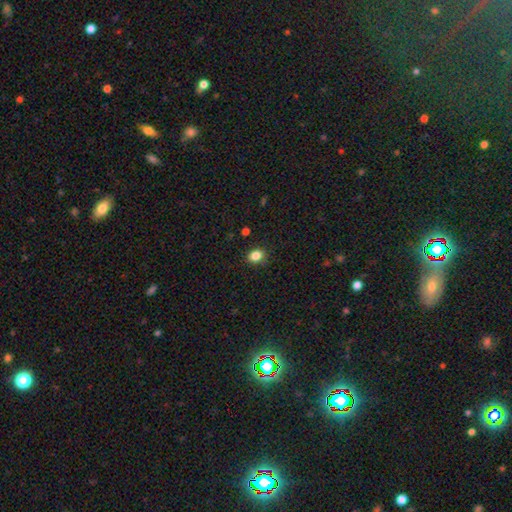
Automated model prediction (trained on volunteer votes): Overall: smooth (85%). How rounded: in between (55%; round 44%). Merging: none (88%).